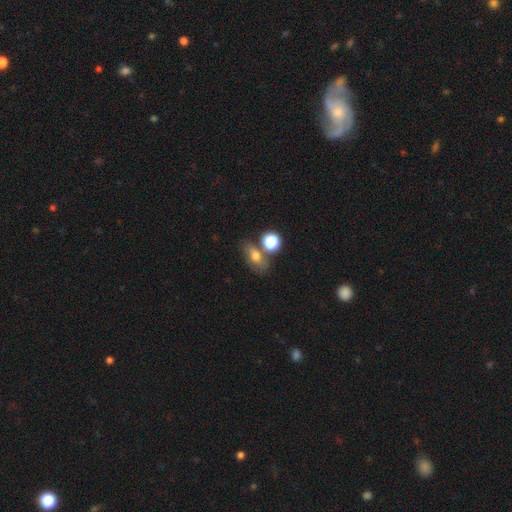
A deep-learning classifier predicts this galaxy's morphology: Smooth or featured: smooth — 66% (featured or disk — 18%)
How rounded: in between — 75% (round — 20%)
Merging: none — 58% (merger — 22%)